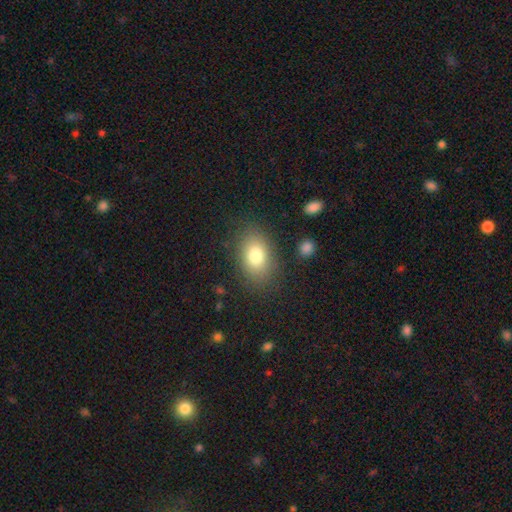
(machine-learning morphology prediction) A smooth galaxy with no disk features (79%) that is in between round and cigar-shaped (83%). Merging: none (83%).